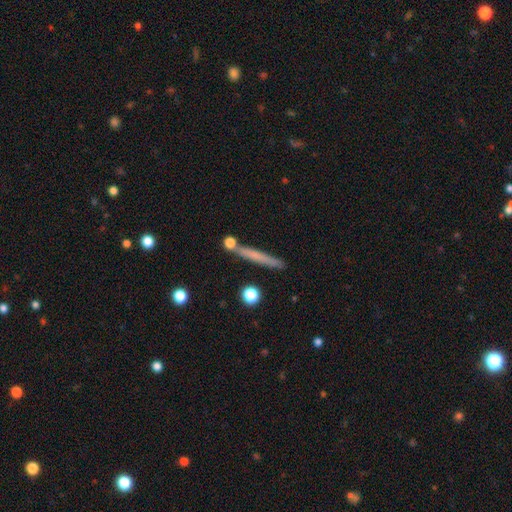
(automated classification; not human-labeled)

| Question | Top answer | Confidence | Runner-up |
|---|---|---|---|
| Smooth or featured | smooth | 57% | featured or disk (35%) |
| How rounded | cigar-shaped | 94% | in between (3%) |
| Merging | none | 81% | minor disturbance (10%) |